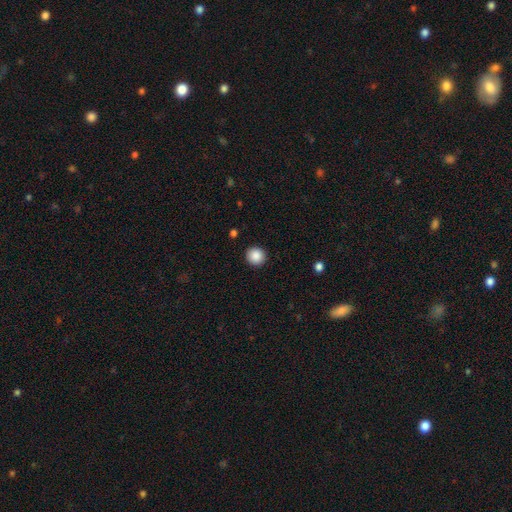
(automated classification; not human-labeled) A smooth galaxy with no disk features (88%) that is round (93%). Merging: none (92%).